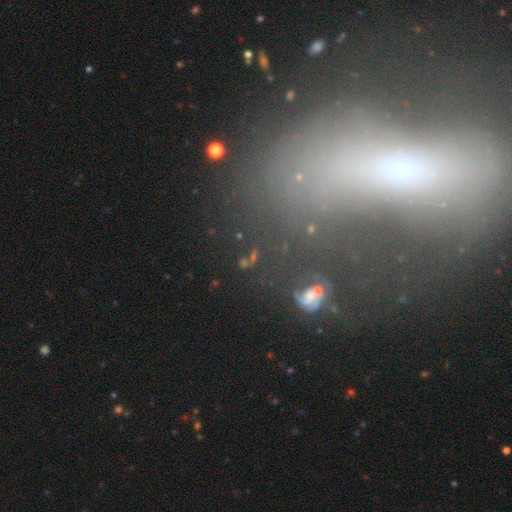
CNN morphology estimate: type=star or artifact (48%).